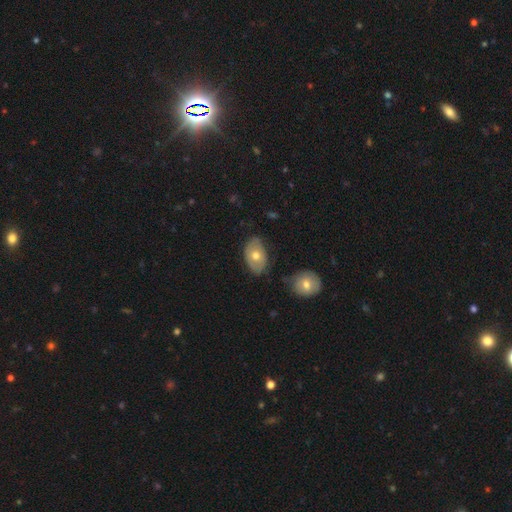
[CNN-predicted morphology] smooth-or-featured: smooth: 60% | featured or disk: 34% | star or artifact: 6%
  how-rounded: in between: 88% | round: 11% | cigar-shaped: 1%
  merging: none: 69% | minor disturbance: 22% | major disturbance: 5% | merger: 4%